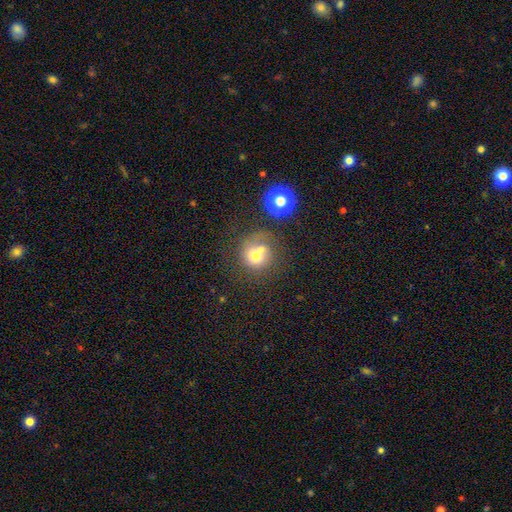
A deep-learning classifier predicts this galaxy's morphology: This appears to be a smooth galaxy with no disk features (65%) that is round (85%). Merging: merger (44%).